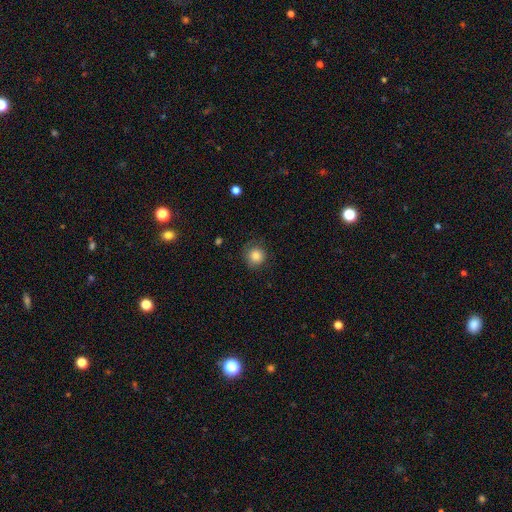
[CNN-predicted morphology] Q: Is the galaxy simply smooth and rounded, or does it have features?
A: smooth — 84%.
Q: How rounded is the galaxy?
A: round — 92%.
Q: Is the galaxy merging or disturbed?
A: none — 81%.